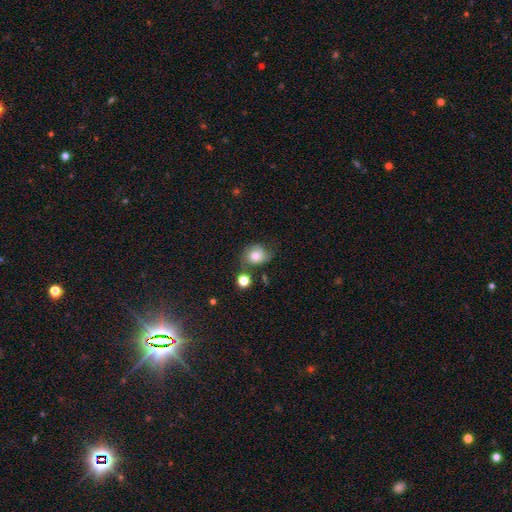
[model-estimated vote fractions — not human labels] Smooth or featured?
  - smooth: 63% *
  - featured or disk: 27%
  - star or artifact: 11%
How rounded?
  - round: 67% *
  - in between: 32%
  - cigar-shaped: 1%
Merging?
  - none: 50% *
  - minor disturbance: 26%
  - major disturbance: 13%
  - merger: 11%